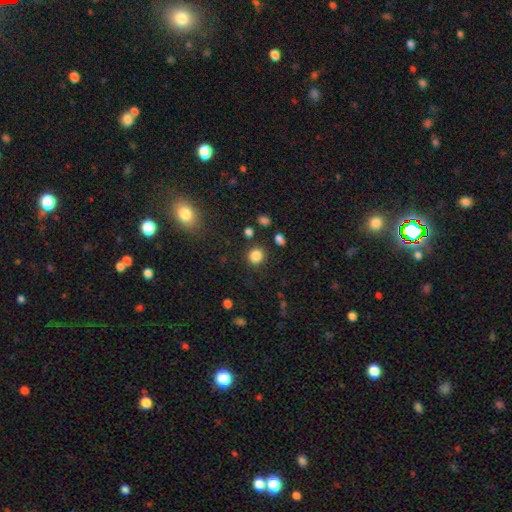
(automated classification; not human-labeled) smooth-or-featured: smooth: 84% | star or artifact: 12% | featured or disk: 4%
  how-rounded: round: 85% | in between: 14% | cigar-shaped: 1%
  merging: none: 84% | minor disturbance: 9% | major disturbance: 3% | merger: 3%